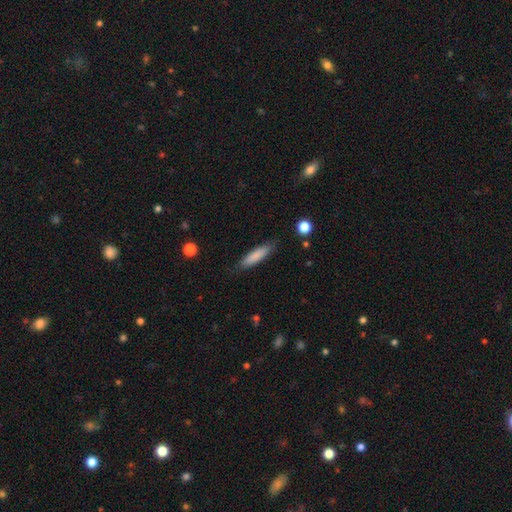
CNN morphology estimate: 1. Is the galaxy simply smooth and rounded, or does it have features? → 83% smooth, 11% featured or disk, 6% star or artifact.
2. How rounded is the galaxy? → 76% cigar-shaped, 23% in between, 1% round.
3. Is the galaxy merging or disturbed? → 85% none, 12% minor disturbance, 2% major disturbance, 1% merger.